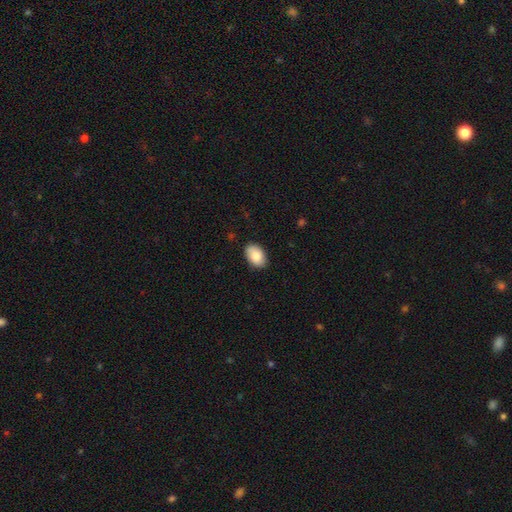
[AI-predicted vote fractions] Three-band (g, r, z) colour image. It shows a smooth galaxy with no disk features (87%) that is in between round and cigar-shaped (91%). Merging: none (87%).